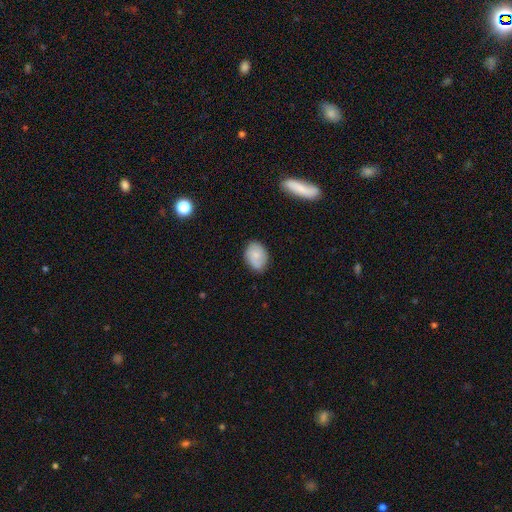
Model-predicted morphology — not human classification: smooth_or_featured: smooth (p=0.70) [alt: featured or disk p=0.22]
how_rounded: in between (p=0.72) [alt: round p=0.27]
merging: none (p=0.78) [alt: minor disturbance p=0.17]